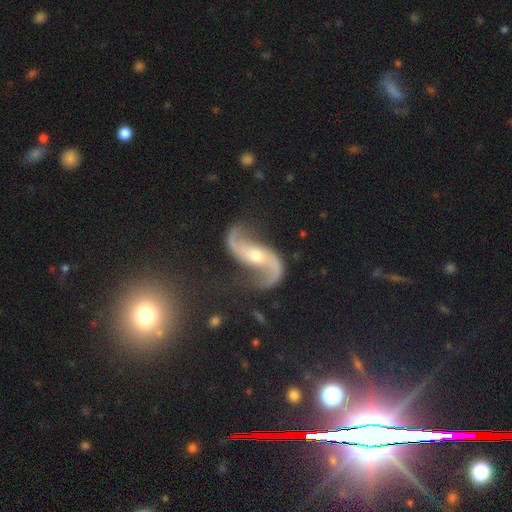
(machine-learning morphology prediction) The model was most divided on "bulge size": moderate: 56%, small: 38%, large: 3%, none: 2%, dominant: 1%. More confident: spiral arms — yes (98%); edge-on disk — no (97%); spiral arm count — 2 (95%); smooth or featured — featured or disk (92%); spiral winding — loose (81%); merging — none (77%); bar — no (53%).